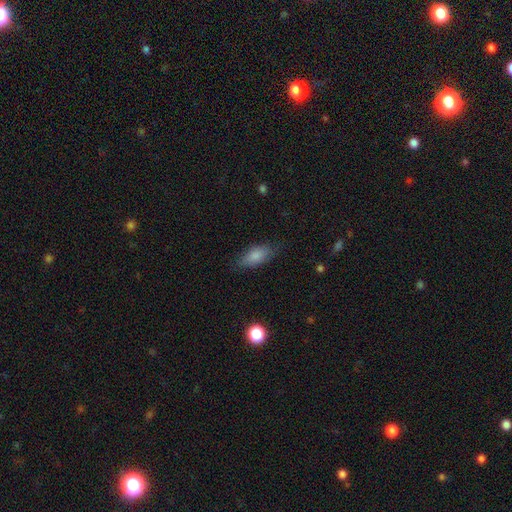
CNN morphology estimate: Overall: smooth (82%). How rounded: in between (84%). Merging: none (75%).